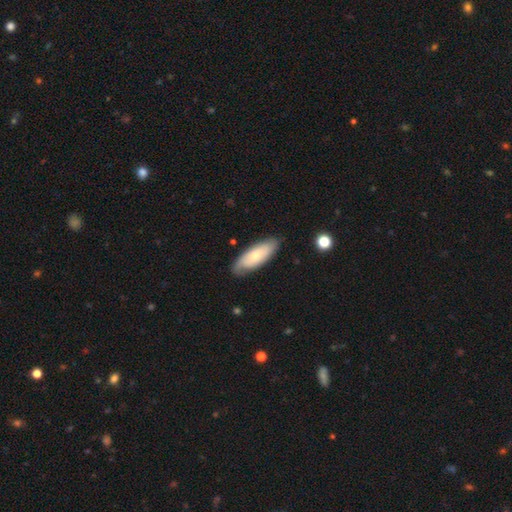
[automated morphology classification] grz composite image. It shows a smooth galaxy with no disk features (62%) that is in between round and cigar-shaped (71%). Merging: none (78%).